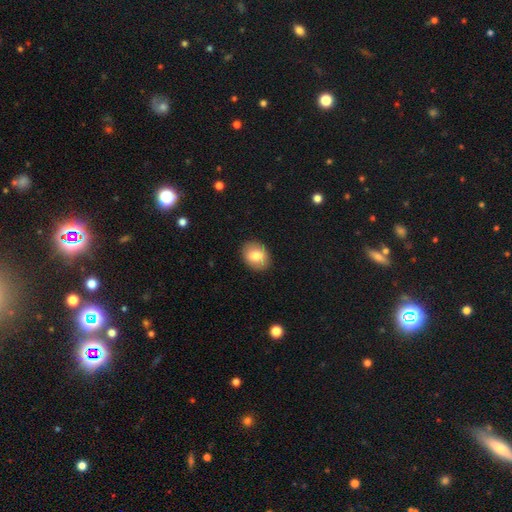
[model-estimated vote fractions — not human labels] Smooth or featured? smooth (78%)
How rounded? in between (59%)
Merging? none (88%)